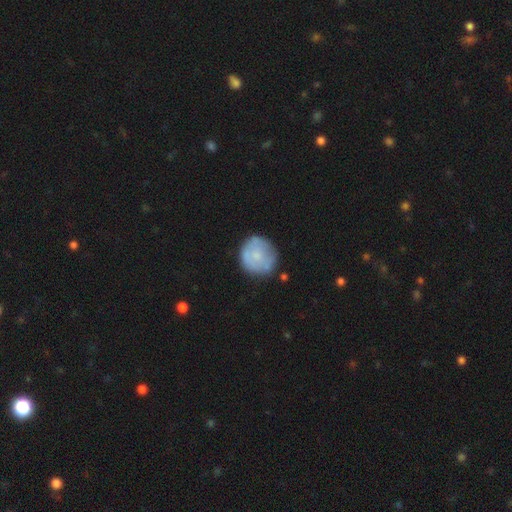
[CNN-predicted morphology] Overall: smooth (65%; featured or disk 28%). How rounded: round (90%). Merging: none (71%).